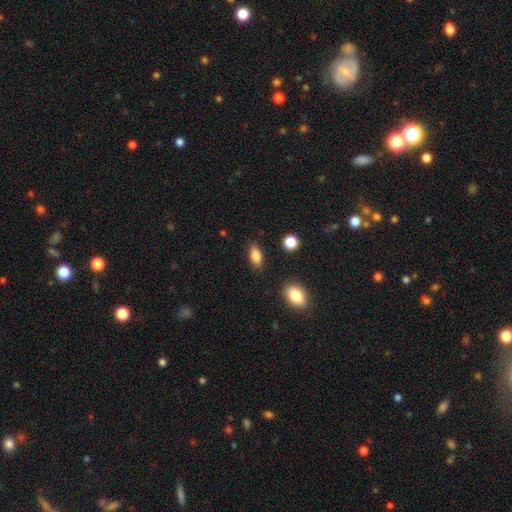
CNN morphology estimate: Smooth or featured?
  - smooth: 85% *
  - star or artifact: 8%
  - featured or disk: 7%
How rounded?
  - in between: 87% *
  - cigar-shaped: 8%
  - round: 5%
Merging?
  - none: 86% *
  - minor disturbance: 9%
  - major disturbance: 3%
  - merger: 2%